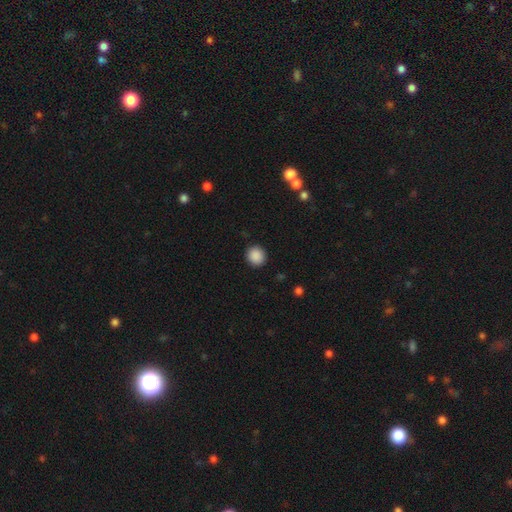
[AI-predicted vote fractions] Overall: smooth (89%). How rounded: round (90%). Merging: none (91%).